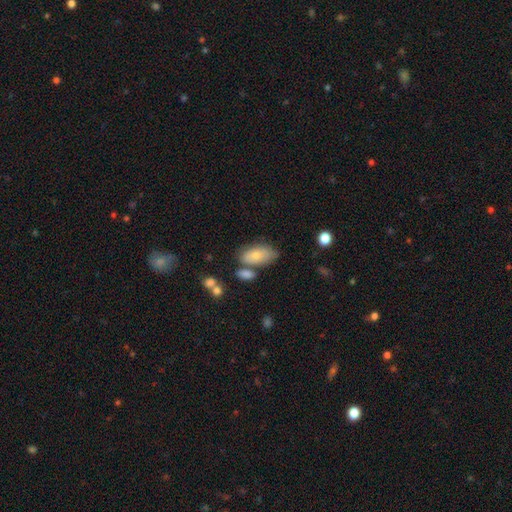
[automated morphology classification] A smooth galaxy with no disk features (75%) that is in between round and cigar-shaped (92%). Merging: none (55%).